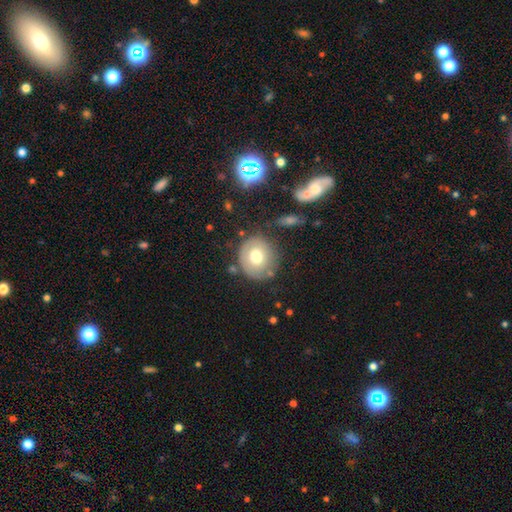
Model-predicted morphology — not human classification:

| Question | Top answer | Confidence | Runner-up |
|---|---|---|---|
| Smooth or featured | smooth | 66% | featured or disk (26%) |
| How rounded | round | 81% | in between (18%) |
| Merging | none | 69% | minor disturbance (17%) |